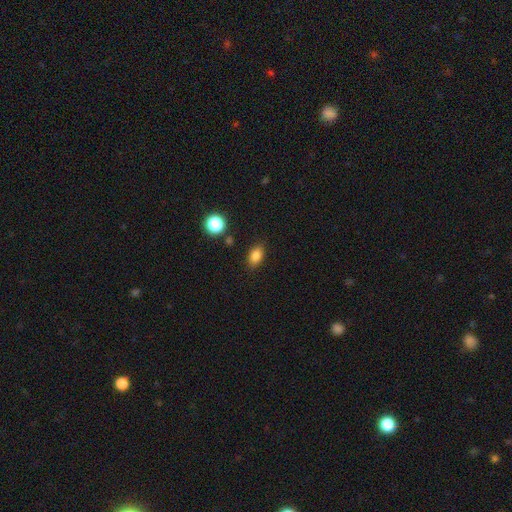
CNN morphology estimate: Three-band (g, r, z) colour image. It shows a smooth galaxy with no disk features (83%) that is in between round and cigar-shaped (84%). Merging: none (85%).